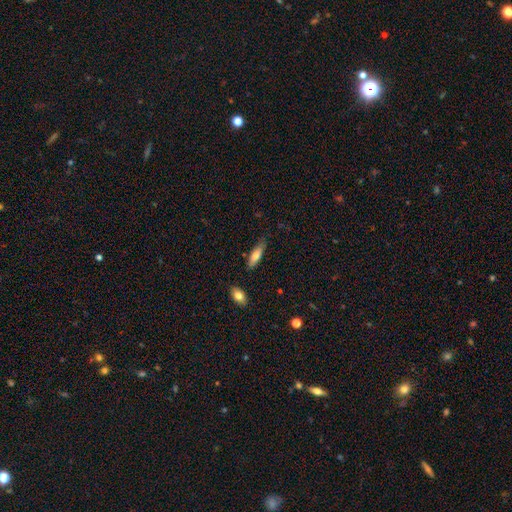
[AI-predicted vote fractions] smooth-or-featured: smooth: 74% | featured or disk: 19% | star or artifact: 7%
  how-rounded: in between: 50% | cigar-shaped: 49% | round: 2%
  merging: none: 74% | minor disturbance: 19% | major disturbance: 4% | merger: 2%